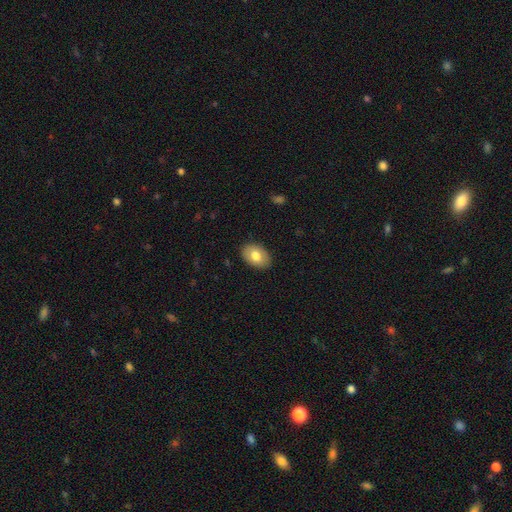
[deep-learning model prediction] Q: Smooth or featured?
A: smooth (77%); runner-up: featured or disk (16%)
Q: How rounded?
A: in between (85%); runner-up: round (14%)
Q: Merging?
A: none (88%); runner-up: minor disturbance (9%)